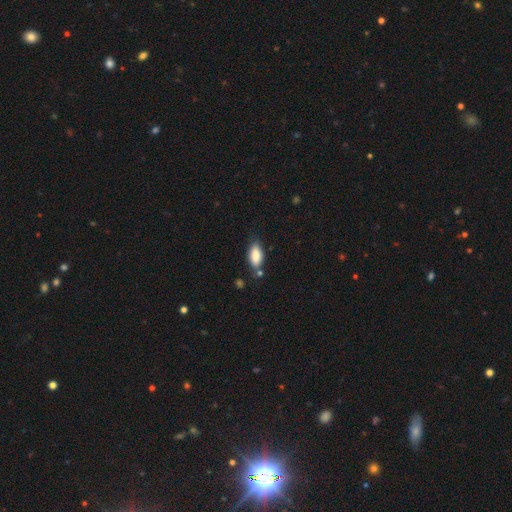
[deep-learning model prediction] This appears to be a smooth galaxy with no disk features (87%) that is in between round and cigar-shaped (89%). Merging: none (68%).